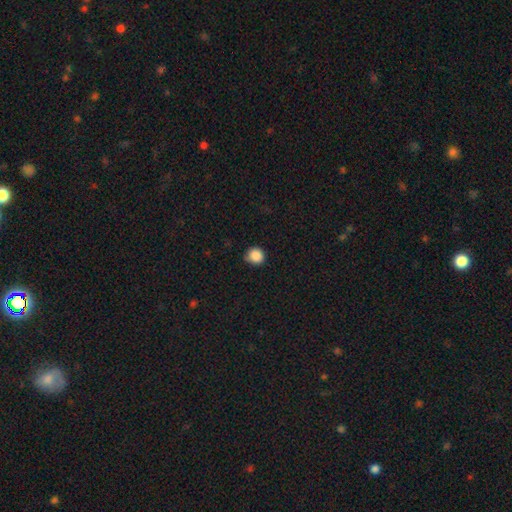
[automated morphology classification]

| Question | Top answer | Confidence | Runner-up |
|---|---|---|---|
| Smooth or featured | smooth | 87% | star or artifact (10%) |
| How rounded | round | 91% | in between (9%) |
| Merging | none | 79% | minor disturbance (17%) |